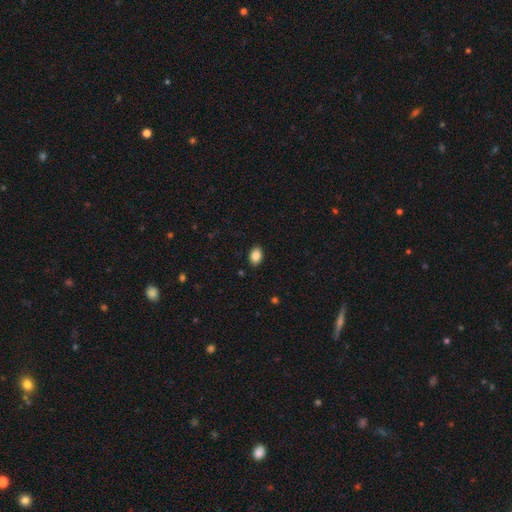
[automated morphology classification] Smooth or featured? Predicted: smooth (p=0.87). How rounded? Predicted: in between (p=0.85). Merging? Predicted: none (p=0.90).